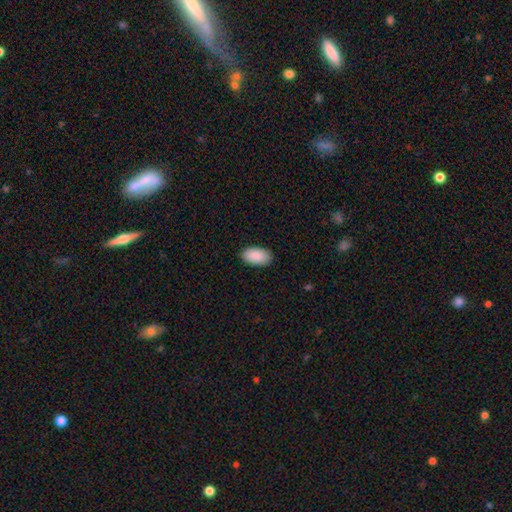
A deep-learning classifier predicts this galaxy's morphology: This is clearly a smooth galaxy (90%). How rounded: clearly in between (96%). Merging: clearly none (89%).